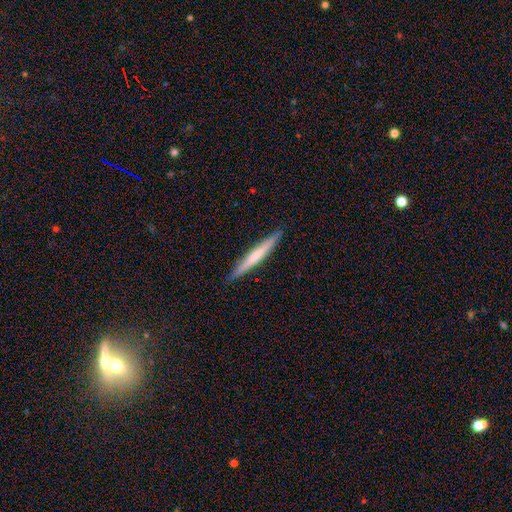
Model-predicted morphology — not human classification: Smooth or featured: smooth — 54% (featured or disk — 41%)
How rounded: cigar-shaped — 97% (in between — 2%)
Merging: none — 91% (minor disturbance — 6%)